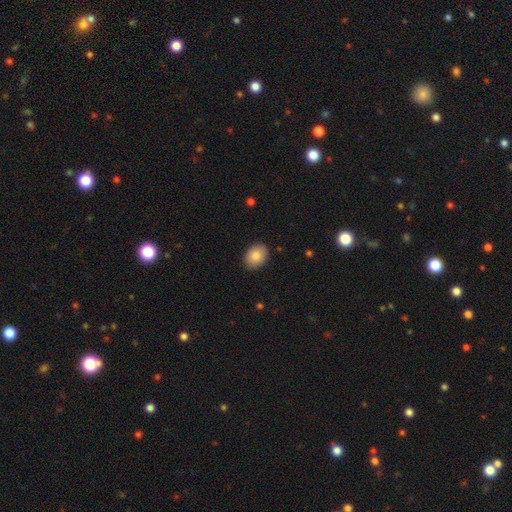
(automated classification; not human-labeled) This is clearly a smooth galaxy (85%). How rounded: likely in between (74%). Merging: clearly none (88%).